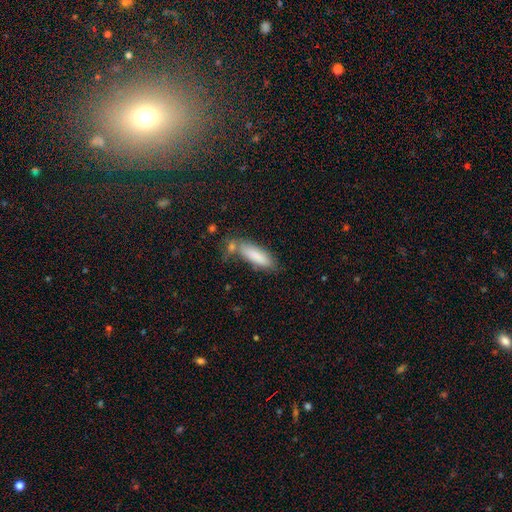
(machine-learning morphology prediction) Smooth or featured? smooth (84%)
How rounded? in between (52%)
Merging? none (61%)